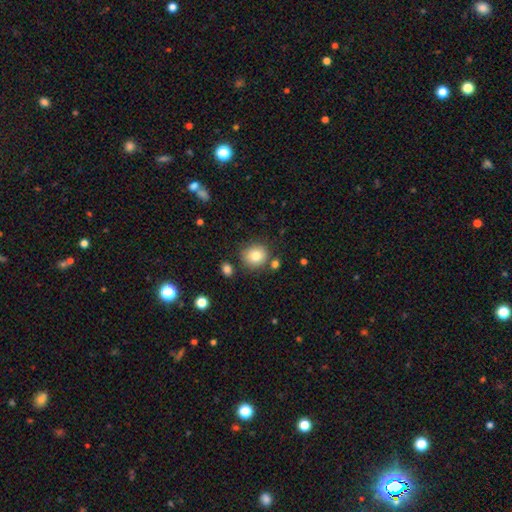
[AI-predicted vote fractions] smooth-or-featured: smooth: 80% | star or artifact: 10% | featured or disk: 10%
  how-rounded: round: 86% | in between: 13% | cigar-shaped: 1%
  merging: none: 79% | minor disturbance: 11% | merger: 7% | major disturbance: 3%